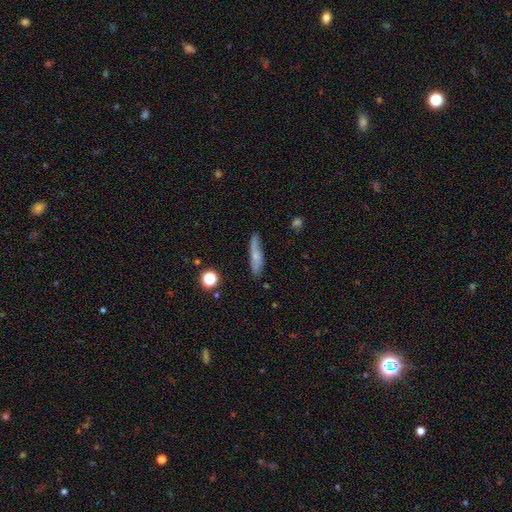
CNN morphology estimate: Smooth or featured? Predicted: smooth (p=0.61). How rounded? Predicted: cigar-shaped (p=0.80). Merging? Predicted: none (p=0.73).